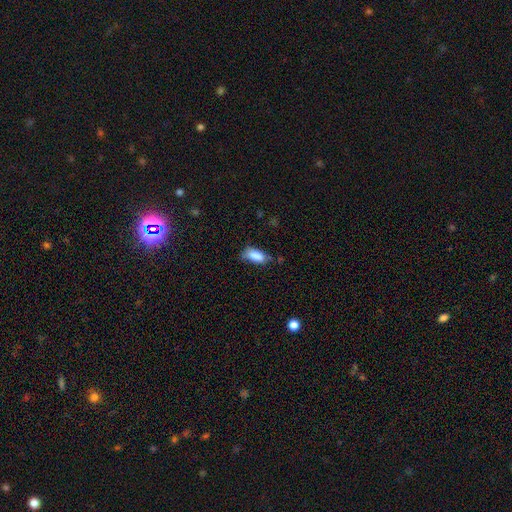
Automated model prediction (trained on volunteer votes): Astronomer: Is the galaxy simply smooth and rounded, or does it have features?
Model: smooth — 85%.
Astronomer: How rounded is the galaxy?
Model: in between — 89%.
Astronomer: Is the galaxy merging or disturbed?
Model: none — 59%.